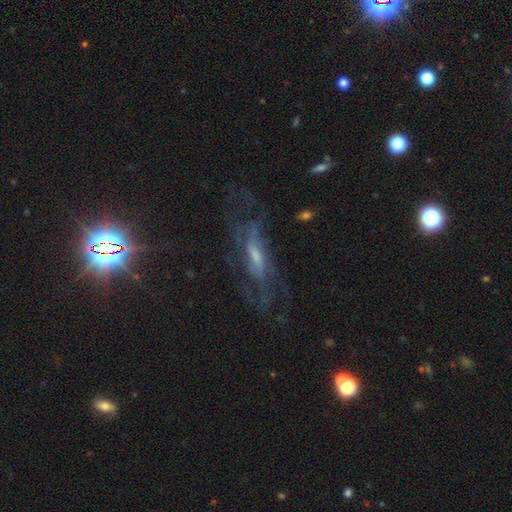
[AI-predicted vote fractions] Q: Smooth or featured?
A: featured or disk (71%); runner-up: smooth (18%)
Q: Edge-on disk?
A: no (74%); runner-up: yes (26%)
Q: Bar?
A: weak (42%); runner-up: no (41%)
Q: Spiral arms?
A: yes (78%); runner-up: no (22%)
Q: Bulge size?
A: moderate (41%); runner-up: small (37%)
Q: Merging?
A: none (56%); runner-up: major disturbance (23%)